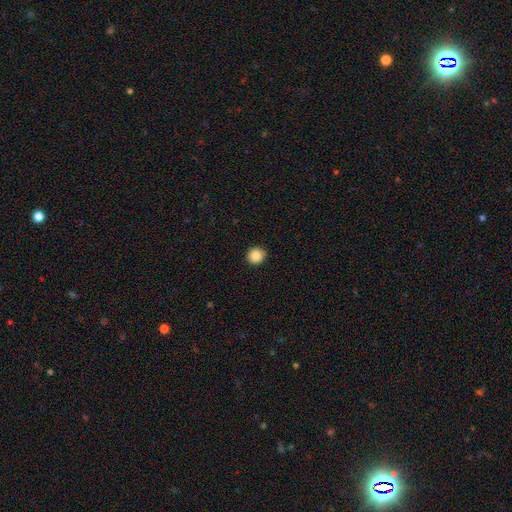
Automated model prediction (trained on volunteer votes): This appears to be a smooth galaxy with no disk features (87%) that is round (92%). Merging: none (90%).